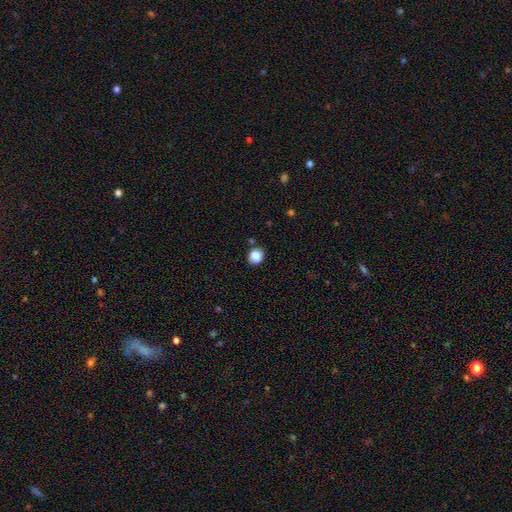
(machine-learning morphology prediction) smooth-or-featured: smooth: 87% | star or artifact: 10% | featured or disk: 3%
  how-rounded: round: 78% | in between: 21% | cigar-shaped: 1%
  merging: none: 83% | minor disturbance: 10% | merger: 4% | major disturbance: 3%